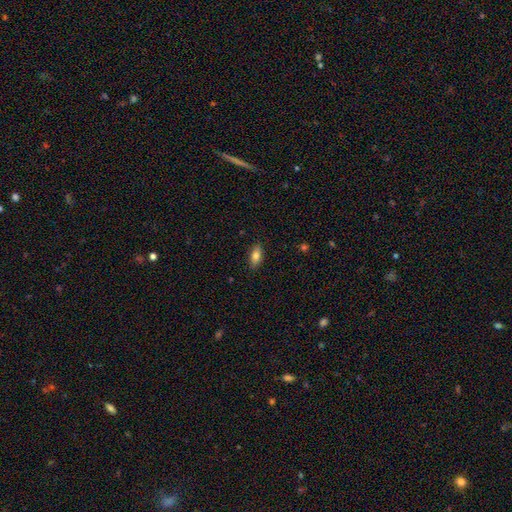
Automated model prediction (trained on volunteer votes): Smooth or featured: smooth — 81% (featured or disk — 11%)
How rounded: in between — 86% (cigar-shaped — 10%)
Merging: none — 87% (minor disturbance — 9%)